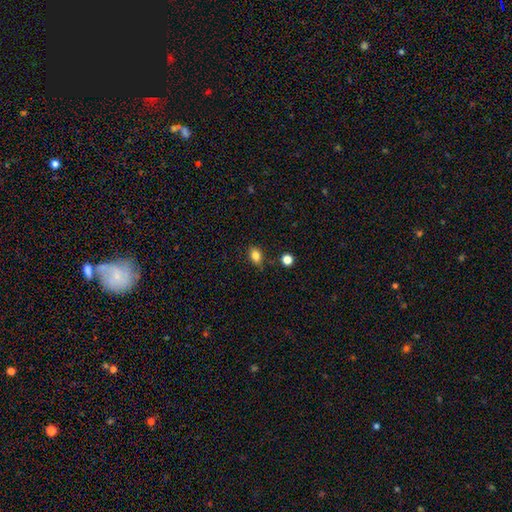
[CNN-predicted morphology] smooth-or-featured: smooth: 83% | star or artifact: 10% | featured or disk: 7%
  how-rounded: in between: 76% | round: 22% | cigar-shaped: 2%
  merging: none: 80% | minor disturbance: 14% | merger: 3% | major disturbance: 3%